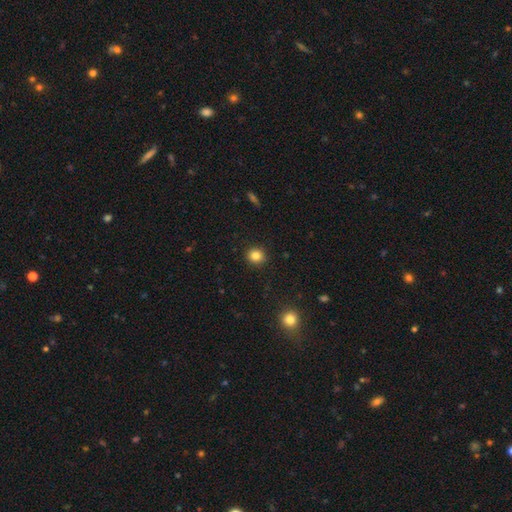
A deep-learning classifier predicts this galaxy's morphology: Smooth or featured? smooth (84%)
How rounded? round (87%)
Merging? none (90%)